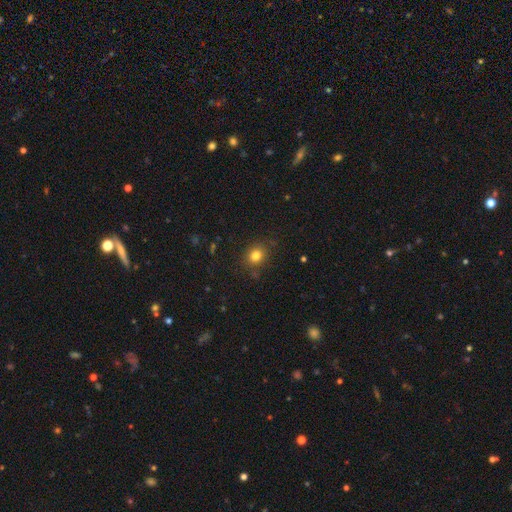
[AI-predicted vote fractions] smooth_or_featured: smooth (p=0.80) [alt: star or artifact p=0.13]
how_rounded: round (p=0.68) [alt: in between p=0.32]
merging: none (p=0.84) [alt: minor disturbance p=0.11]